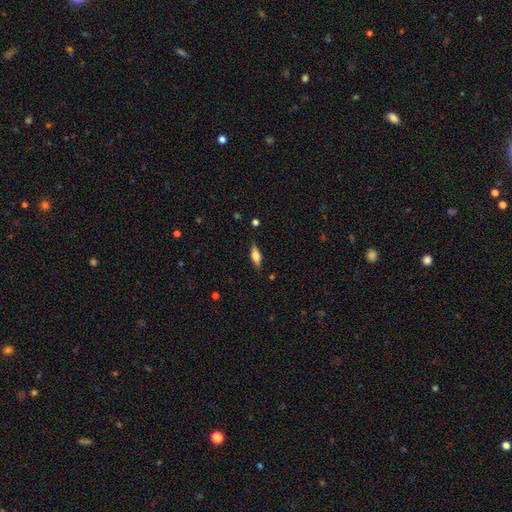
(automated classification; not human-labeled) A smooth galaxy with no disk features (57%) that is in between round and cigar-shaped (63%).

Vote fractions:
- Smooth or featured? smooth: 57% / featured or disk: 35% / star or artifact: 7%
- How rounded? in between: 63% / cigar-shaped: 34% / round: 3%
- Merging? none: 83% / minor disturbance: 13% / major disturbance: 3% / merger: 1%